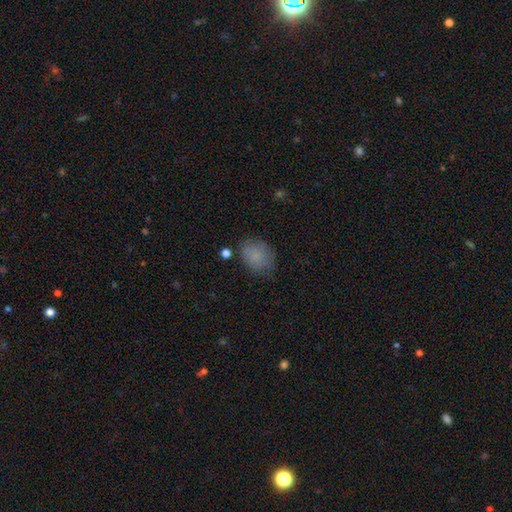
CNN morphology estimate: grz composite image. It shows a smooth galaxy with no disk features (80%) that is in between round and cigar-shaped (58%). Merging: none (68%).